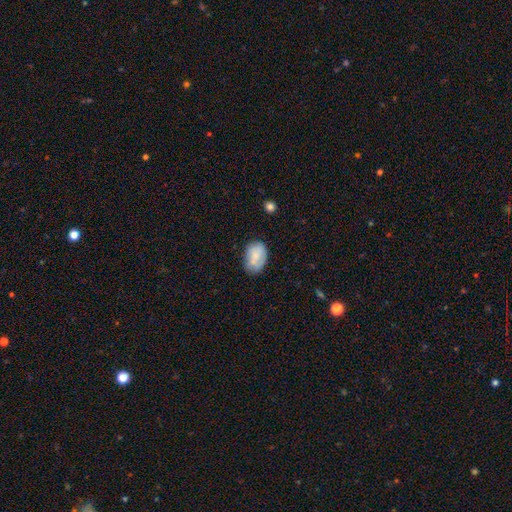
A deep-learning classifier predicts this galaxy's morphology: A smooth galaxy with no disk features (73%) that is in between round and cigar-shaped (81%). Merging: none (66%).